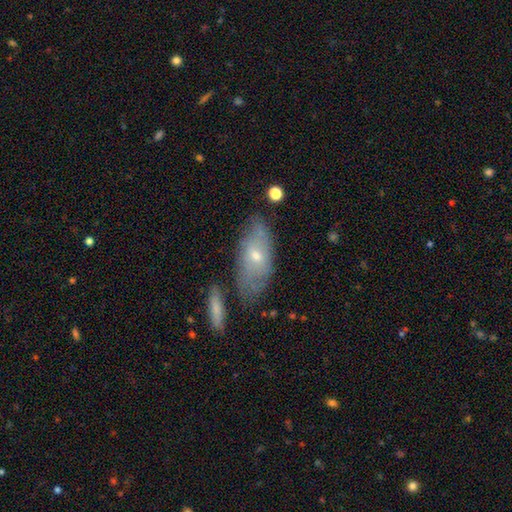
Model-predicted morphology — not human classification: This appears to be a featured or disk galaxy (47%). Merging: none (66%).